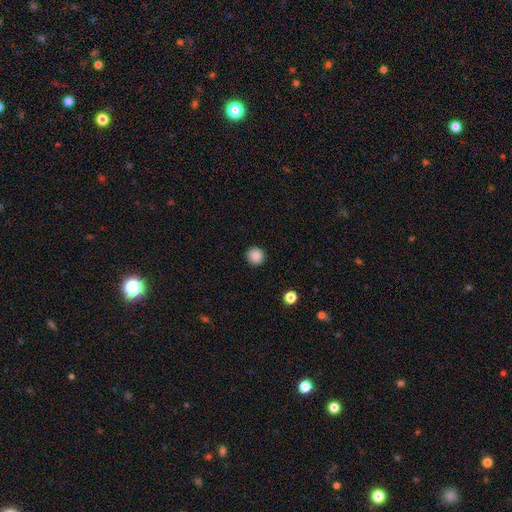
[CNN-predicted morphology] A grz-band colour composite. It shows a smooth galaxy with no disk features (87%) that is round (95%). Merging: none (93%).